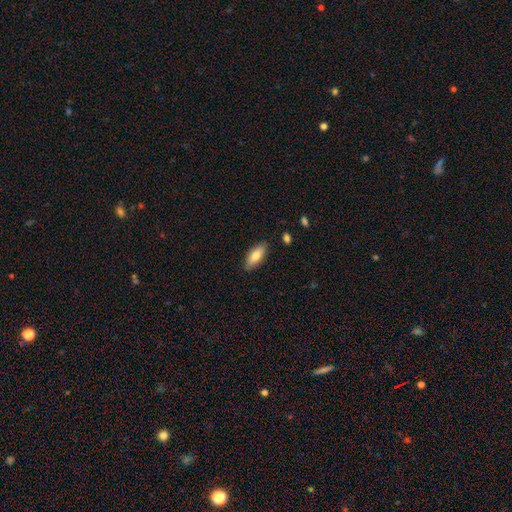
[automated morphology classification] type=smooth (77%); roundness=in between (77%); merging=none (85%).